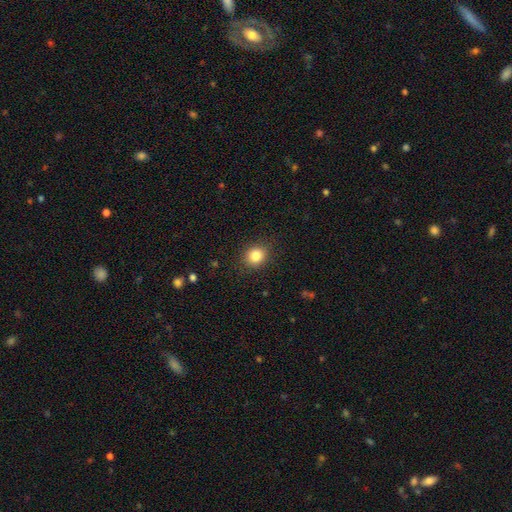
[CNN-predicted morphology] The model was most divided on "how rounded": round: 74%, in between: 25%, cigar-shaped: 1%. More confident: merging — none (87%); smooth or featured — smooth (84%).